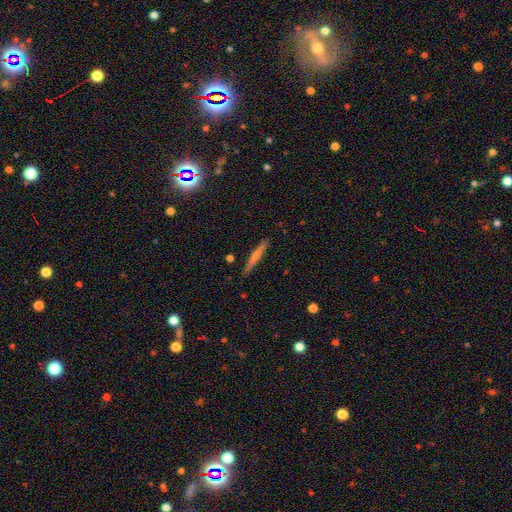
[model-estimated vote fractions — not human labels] smooth_or_featured: featured or disk (p=0.53) [alt: smooth p=0.39]
disk_edge_on: yes (p=0.97) [alt: no p=0.03]
edge_on_bulge: rounded (p=0.55) [alt: none p=0.38]
merging: none (p=0.90) [alt: minor disturbance p=0.07]